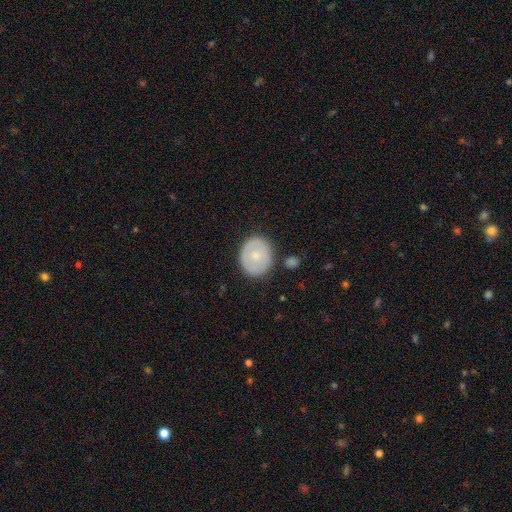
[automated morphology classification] Smooth or featured?
  - smooth: 63% *
  - featured or disk: 30%
  - star or artifact: 6%
How rounded?
  - round: 65% *
  - in between: 34%
  - cigar-shaped: 1%
Merging?
  - none: 80% *
  - minor disturbance: 13%
  - merger: 4%
  - major disturbance: 3%